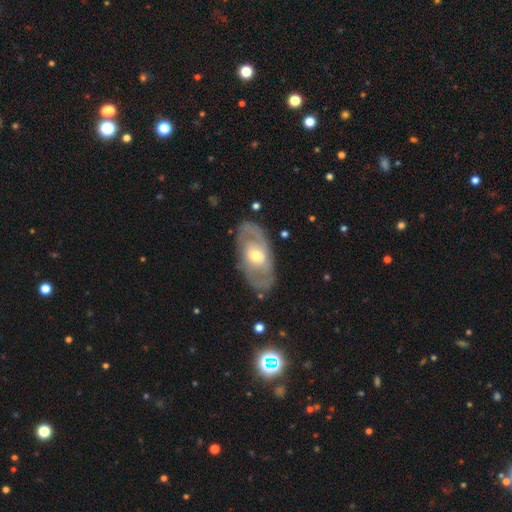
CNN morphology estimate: Overall: featured or disk (73%). Edge-on disk: no (92%). Bar: no (56%; weak 33%). Spiral arms: yes (70%; no 30%). Bulge size: moderate (58%; small 35%). Merging: none (79%).